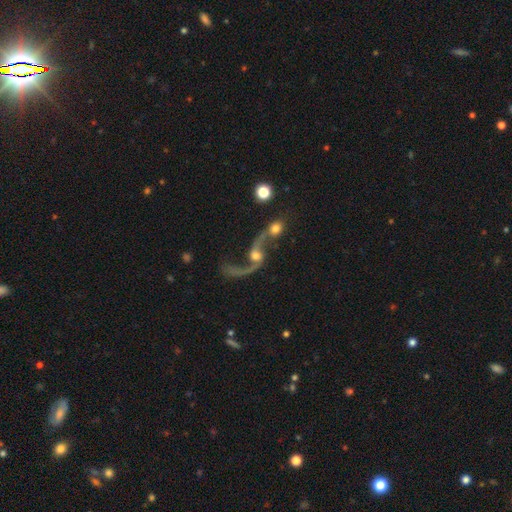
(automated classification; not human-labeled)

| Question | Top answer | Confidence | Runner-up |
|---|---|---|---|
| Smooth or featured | featured or disk | 83% | smooth (9%) |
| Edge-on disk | no | 95% | yes (5%) |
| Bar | no | 62% | weak (29%) |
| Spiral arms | yes | 93% | no (7%) |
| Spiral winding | loose | 92% | medium (6%) |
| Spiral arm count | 2 | 90% | 1 (5%) |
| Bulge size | moderate | 53% | small (27%) |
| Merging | merger | 47% | none (30%) |